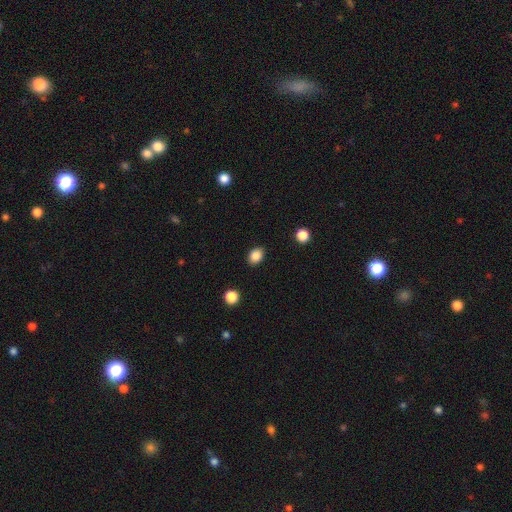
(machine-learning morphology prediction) The model was most divided on "how rounded": in between: 63%, round: 36%, cigar-shaped: 1%. More confident: merging — none (88%); smooth or featured — smooth (87%).